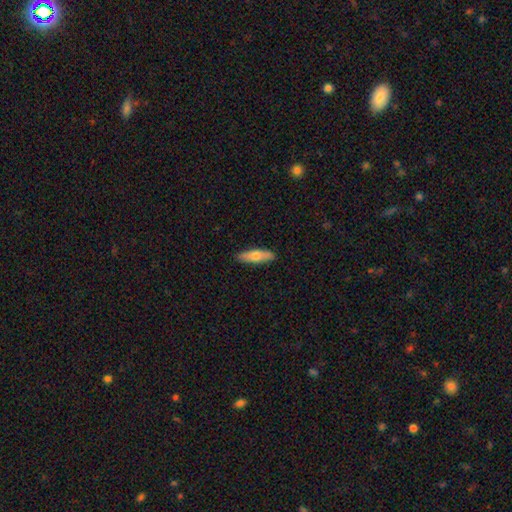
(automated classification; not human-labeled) A smooth galaxy with no disk features (66%) that is cigar-shaped (59%). Merging: none (89%).